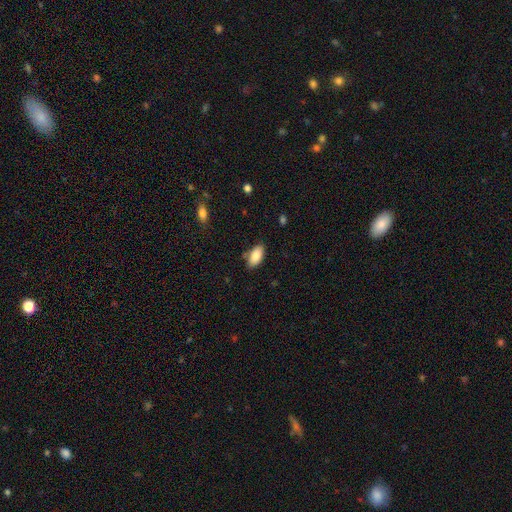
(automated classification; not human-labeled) Smooth or featured?
  - smooth: 85% *
  - featured or disk: 8%
  - star or artifact: 7%
How rounded?
  - in between: 93% *
  - cigar-shaped: 5%
  - round: 2%
Merging?
  - none: 80% *
  - minor disturbance: 14%
  - merger: 3%
  - major disturbance: 3%